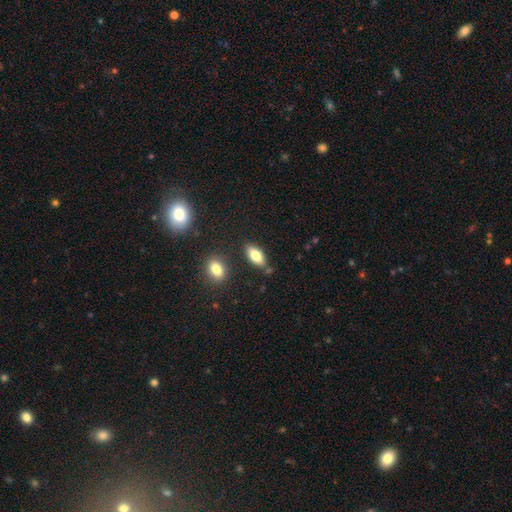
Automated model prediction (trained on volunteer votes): The model was most divided on "smooth or featured": smooth: 76%, featured or disk: 17%, star or artifact: 7%. More confident: how rounded — in between (82%); merging — none (78%).